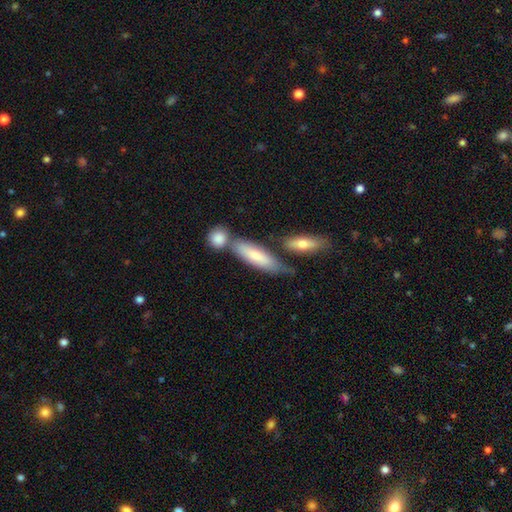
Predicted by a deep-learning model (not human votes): smooth_or_featured: smooth (p=0.74) [alt: featured or disk p=0.20]
how_rounded: cigar-shaped (p=0.49) [alt: in between p=0.48]
merging: none (p=0.53) [alt: merger p=0.28]